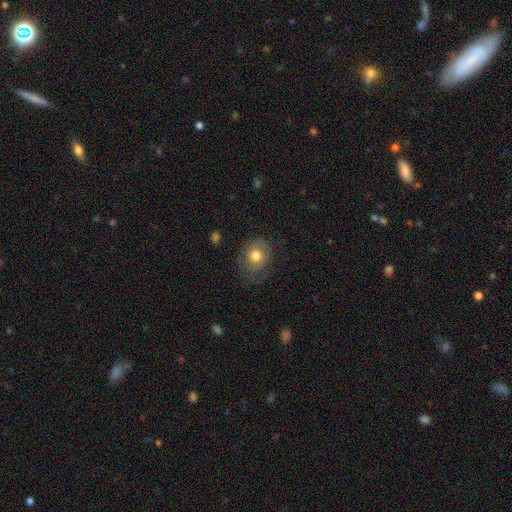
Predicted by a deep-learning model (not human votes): This is likely a smooth galaxy (70%). How rounded: likely round (62%). Merging: possibly none (60%).